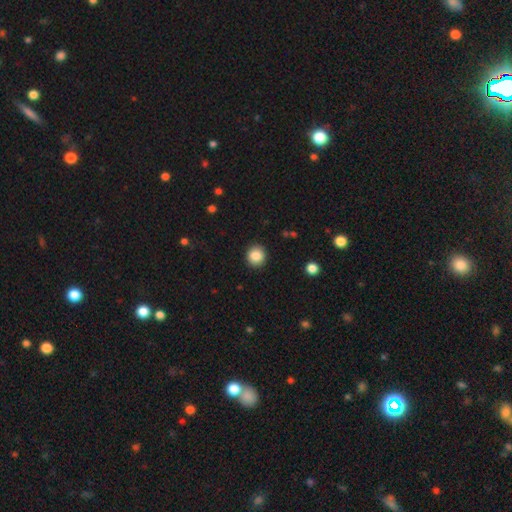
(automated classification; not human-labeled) smooth_or_featured: smooth (p=0.87) [alt: star or artifact p=0.09]
how_rounded: round (p=0.90) [alt: in between p=0.09]
merging: none (p=0.91) [alt: minor disturbance p=0.06]